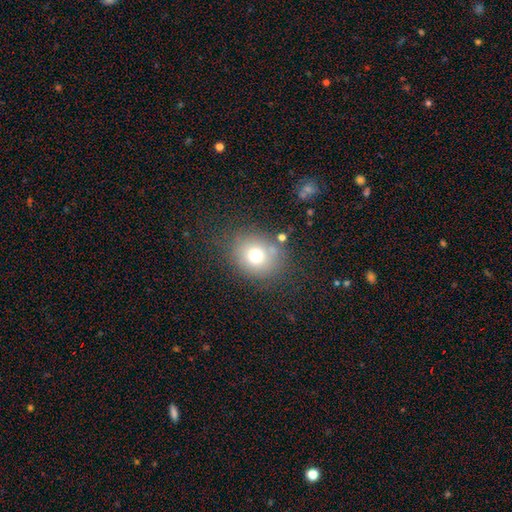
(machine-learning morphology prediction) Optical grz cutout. It shows a smooth galaxy with no disk features (72%) that is round (68%). Merging: none (74%).